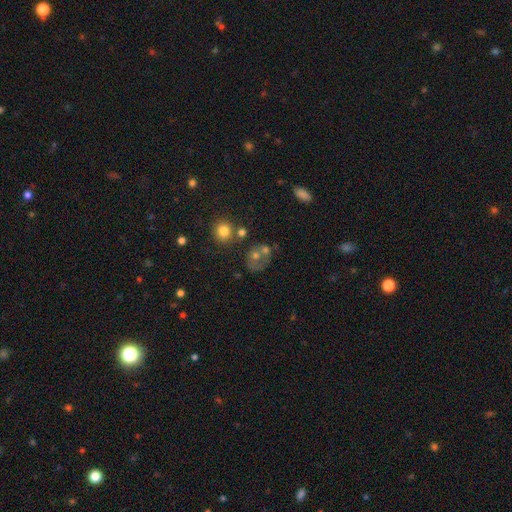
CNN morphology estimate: smooth-or-featured: smooth: 50% | featured or disk: 30% | star or artifact: 19%
  how-rounded: round: 62% | in between: 36% | cigar-shaped: 1%
  merging: none: 39% | merger: 30% | minor disturbance: 16% | major disturbance: 15%